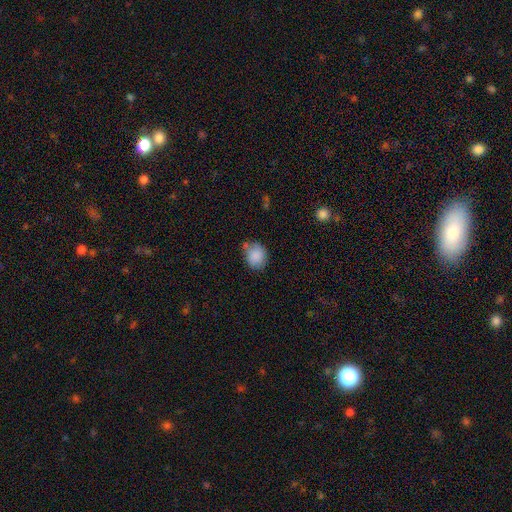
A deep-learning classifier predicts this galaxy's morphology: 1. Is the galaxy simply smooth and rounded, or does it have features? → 86% smooth, 8% star or artifact, 6% featured or disk.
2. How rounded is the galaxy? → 62% round, 37% in between, 1% cigar-shaped.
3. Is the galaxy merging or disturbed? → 60% none, 25% minor disturbance, 9% merger, 6% major disturbance.